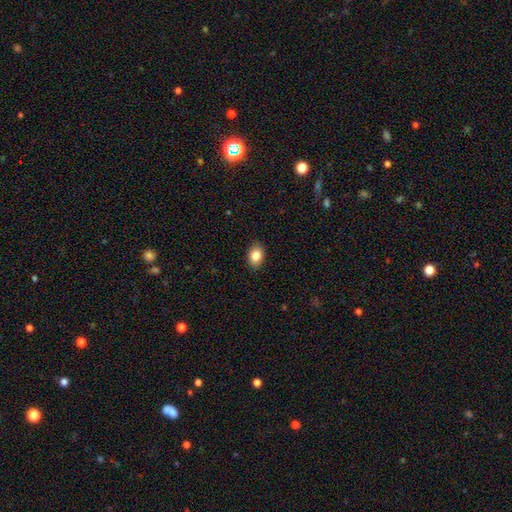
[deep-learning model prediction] smooth-or-featured: smooth: 86% | star or artifact: 8% | featured or disk: 6%
  how-rounded: in between: 81% | round: 18% | cigar-shaped: 1%
  merging: none: 90% | minor disturbance: 8% | major disturbance: 2% | merger: 1%